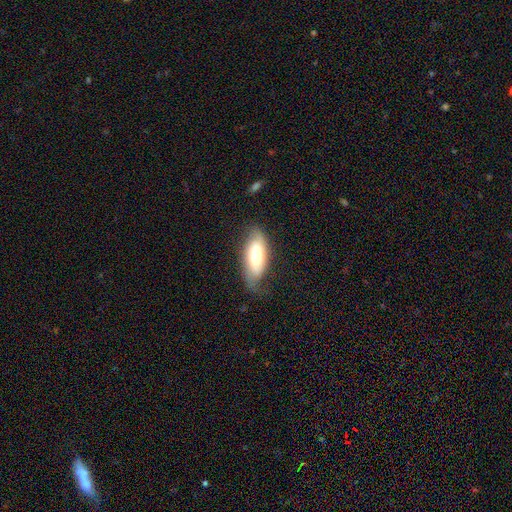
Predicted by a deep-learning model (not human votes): The model was most divided on "smooth or featured": smooth: 57%, featured or disk: 36%, star or artifact: 6%. More confident: how rounded — in between (81%); merging — none (63%).